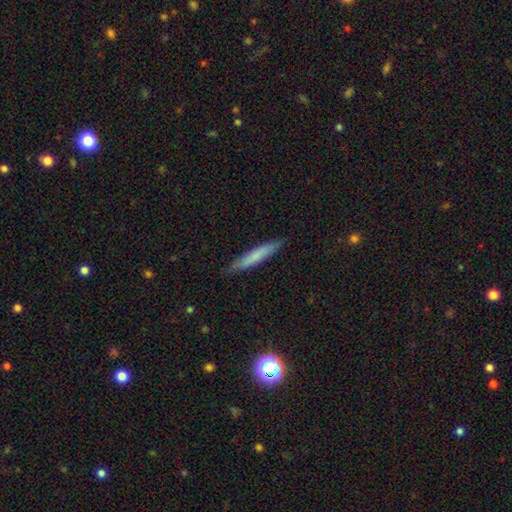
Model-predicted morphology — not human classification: Smooth or featured? Predicted: smooth (p=0.71). How rounded? Predicted: cigar-shaped (p=0.93). Merging? Predicted: none (p=0.88).